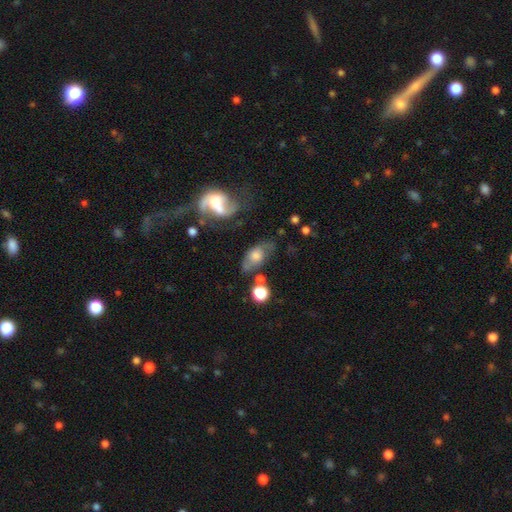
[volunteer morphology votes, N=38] This appears to be a featured or disk galaxy (58%) with no bar (54%), 2 (56%) tight (33%, tied with medium and loose) spiral arms (69%) and a moderate central bulge (46%). Merging: none (47%).